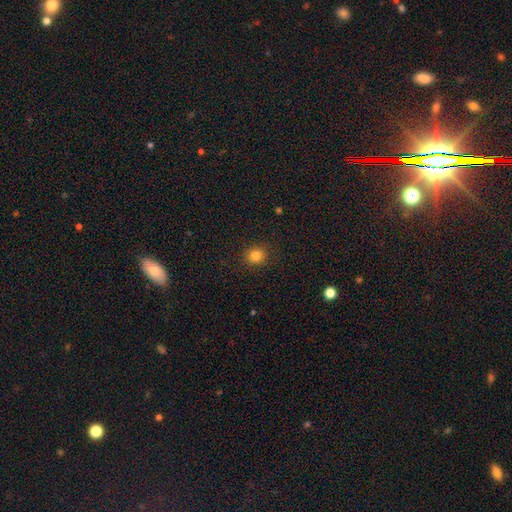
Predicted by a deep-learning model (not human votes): This is clearly a smooth galaxy (83%). How rounded: clearly round (89%). Merging: clearly none (90%).